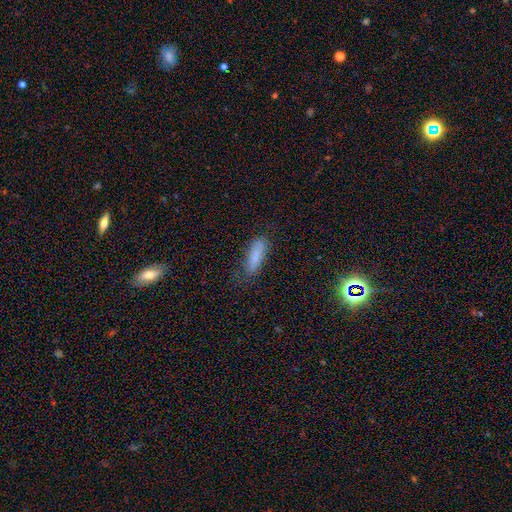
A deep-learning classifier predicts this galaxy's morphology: This is clearly a smooth galaxy (81%). How rounded: possibly cigar-shaped (49%, tied with in between). Merging: likely none (68%).